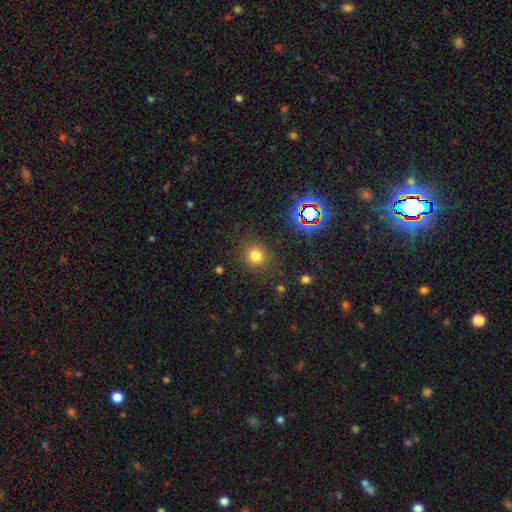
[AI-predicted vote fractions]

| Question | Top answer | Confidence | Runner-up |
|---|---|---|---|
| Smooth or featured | smooth | 75% | star or artifact (18%) |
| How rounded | round | 88% | in between (11%) |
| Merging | none | 86% | minor disturbance (8%) |